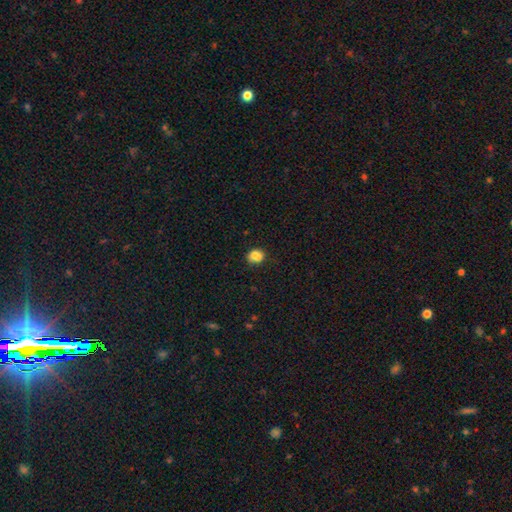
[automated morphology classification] Overall: smooth (82%). How rounded: round (64%; in between 35%). Merging: none (62%).